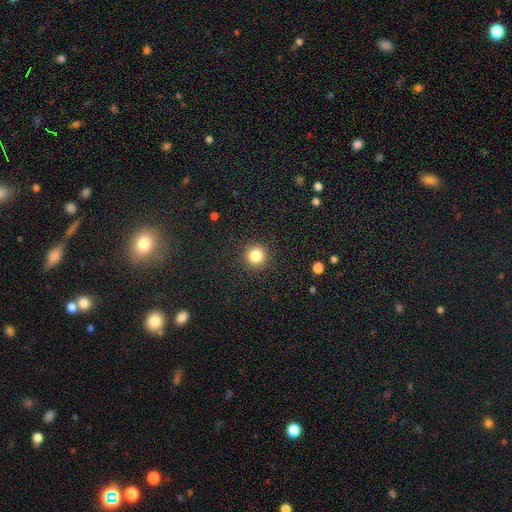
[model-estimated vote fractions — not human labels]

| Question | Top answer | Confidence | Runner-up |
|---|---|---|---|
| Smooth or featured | smooth | 83% | star or artifact (12%) |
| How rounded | round | 94% | in between (5%) |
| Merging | none | 91% | minor disturbance (6%) |